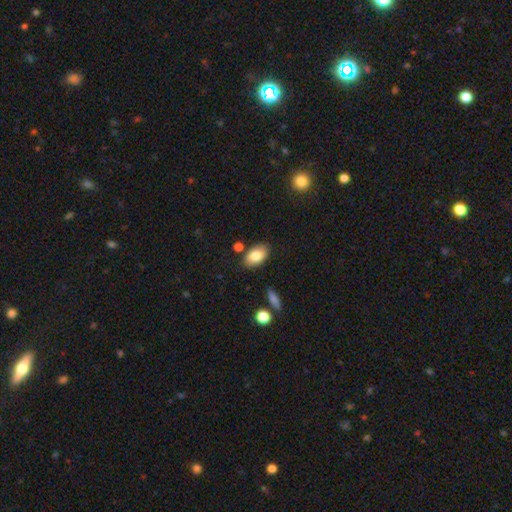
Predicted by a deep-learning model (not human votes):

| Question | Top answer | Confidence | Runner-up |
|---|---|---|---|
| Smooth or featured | smooth | 81% | featured or disk (12%) |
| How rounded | in between | 92% | round (7%) |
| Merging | none | 82% | minor disturbance (11%) |